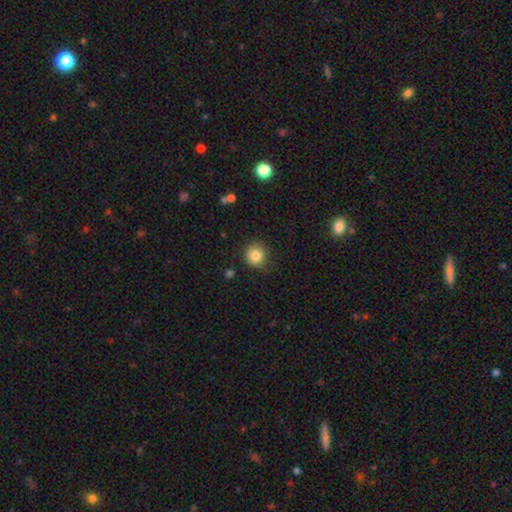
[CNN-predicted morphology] Smooth or featured?
  - smooth: 84% *
  - star or artifact: 10%
  - featured or disk: 6%
How rounded?
  - round: 88% *
  - in between: 11%
  - cigar-shaped: 1%
Merging?
  - none: 80% *
  - minor disturbance: 15%
  - major disturbance: 3%
  - merger: 2%